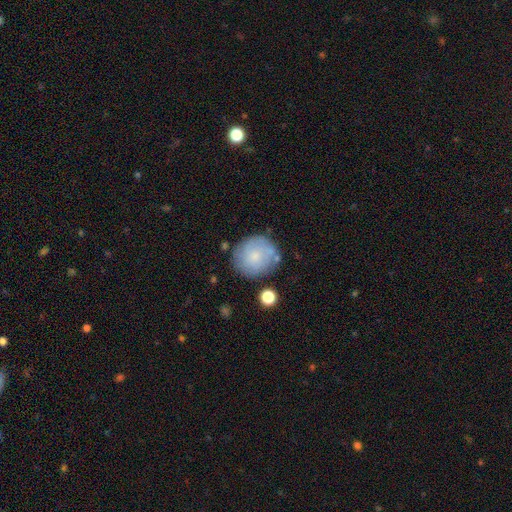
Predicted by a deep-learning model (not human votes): Overall: smooth (69%). How rounded: round (86%). Merging: none (72%).